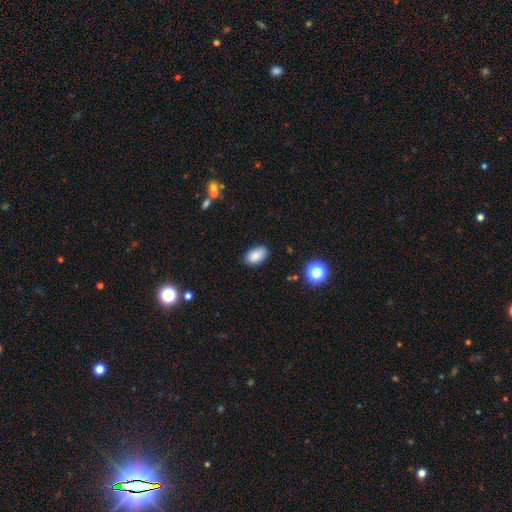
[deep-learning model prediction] smooth 85%, star or artifact 9%, featured or disk 6%. Down the decision tree: how rounded — in between (92%); merging — none (85%).